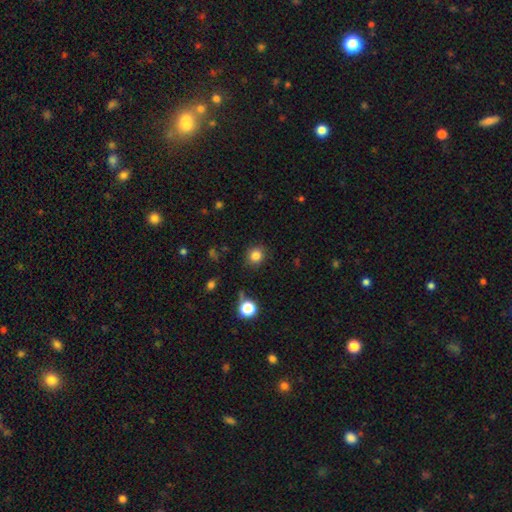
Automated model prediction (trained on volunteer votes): smooth_or_featured: smooth (p=0.82) [alt: star or artifact p=0.13]
how_rounded: round (p=0.84) [alt: in between p=0.16]
merging: none (p=0.88) [alt: minor disturbance p=0.08]